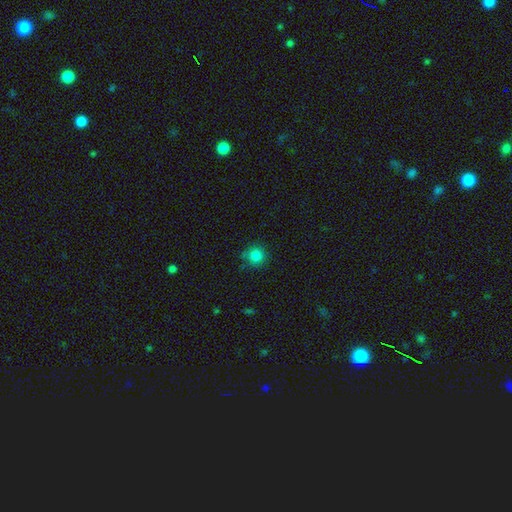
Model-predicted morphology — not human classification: Overall: smooth (83%). How rounded: round (94%). Merging: none (82%).